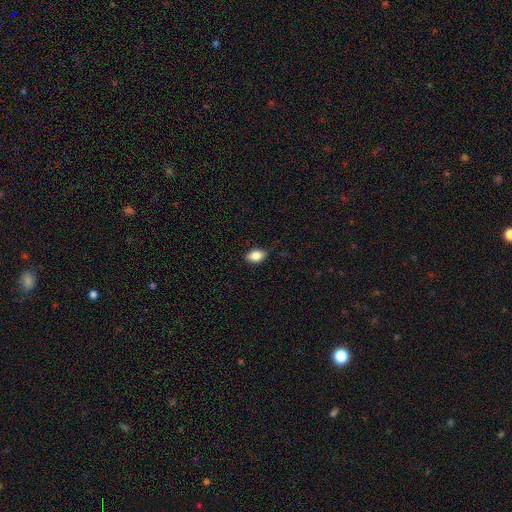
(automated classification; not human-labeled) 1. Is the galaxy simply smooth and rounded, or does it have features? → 86% smooth, 8% star or artifact, 6% featured or disk.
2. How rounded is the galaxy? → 85% in between, 14% round, 2% cigar-shaped.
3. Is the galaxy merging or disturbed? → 81% none, 15% minor disturbance, 3% major disturbance, 1% merger.